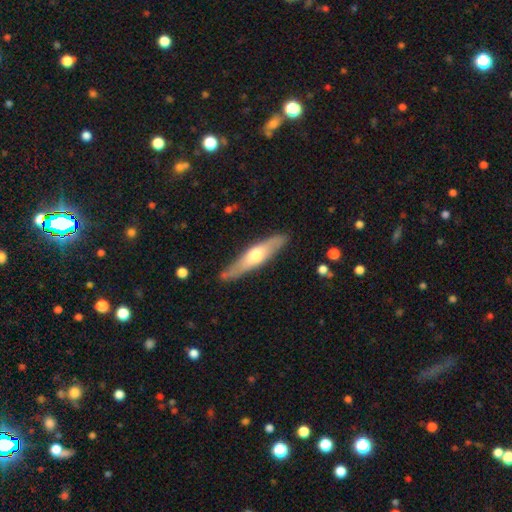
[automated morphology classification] Smooth or featured? Predicted: featured or disk (p=0.52). Edge-on disk? Predicted: yes (p=0.86). Merging? Predicted: none (p=0.84).